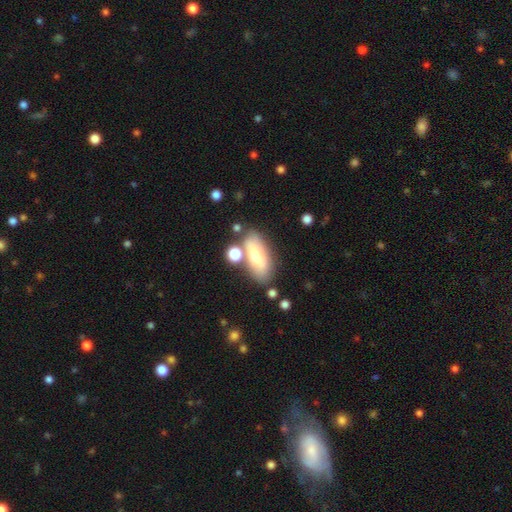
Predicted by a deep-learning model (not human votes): Smooth or featured? smooth (72%)
How rounded? in between (73%)
Merging? none (65%)